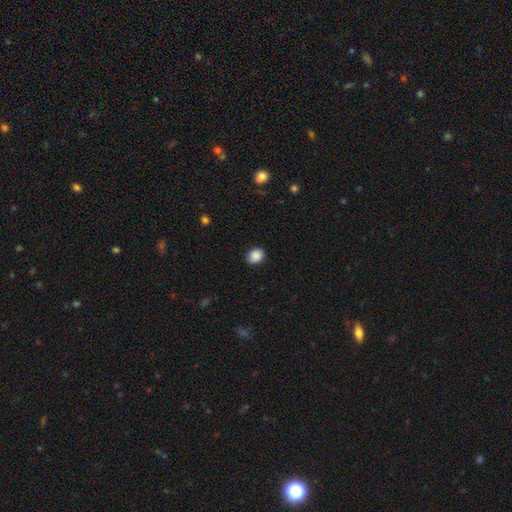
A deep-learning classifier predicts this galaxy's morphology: smooth_or_featured: smooth (p=0.88) [alt: star or artifact p=0.09]
how_rounded: round (p=0.52) [alt: in between p=0.48]
merging: none (p=0.86) [alt: minor disturbance p=0.11]